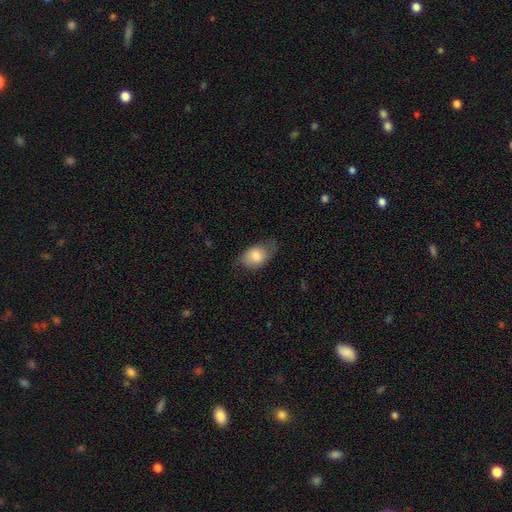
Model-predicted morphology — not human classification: Smooth or featured? Predicted: smooth (p=0.76). How rounded? Predicted: in between (p=0.85). Merging? Predicted: none (p=0.61).